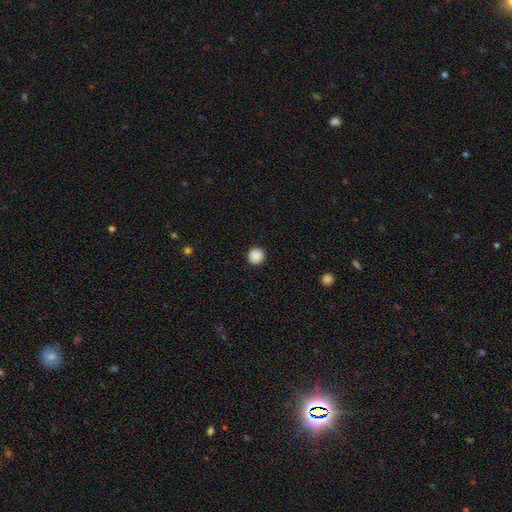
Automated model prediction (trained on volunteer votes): Q: Smooth or featured?
A: smooth (89%); runner-up: star or artifact (9%)
Q: How rounded?
A: round (94%); runner-up: in between (5%)
Q: Merging?
A: none (92%); runner-up: minor disturbance (5%)